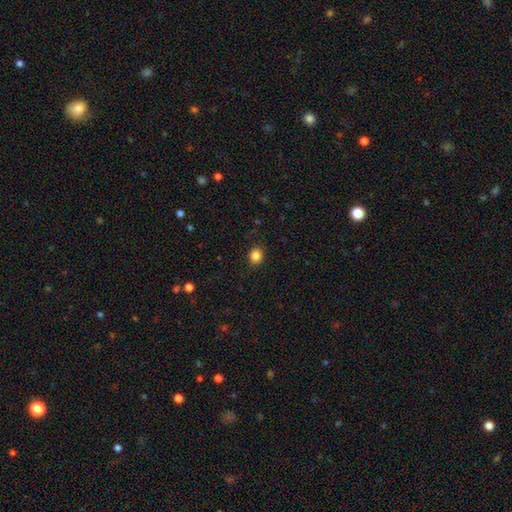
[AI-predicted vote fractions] Smooth or featured? smooth (85%)
How rounded? round (71%)
Merging? none (88%)